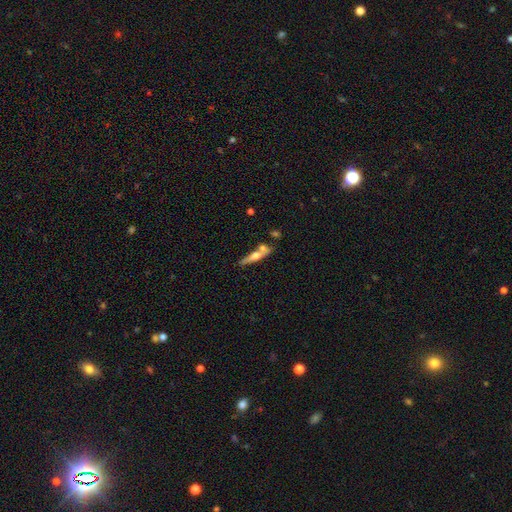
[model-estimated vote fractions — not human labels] This is possibly a featured or disk galaxy (54%). It is clearly viewed edge-on (89%). Merging: possibly none (56%).